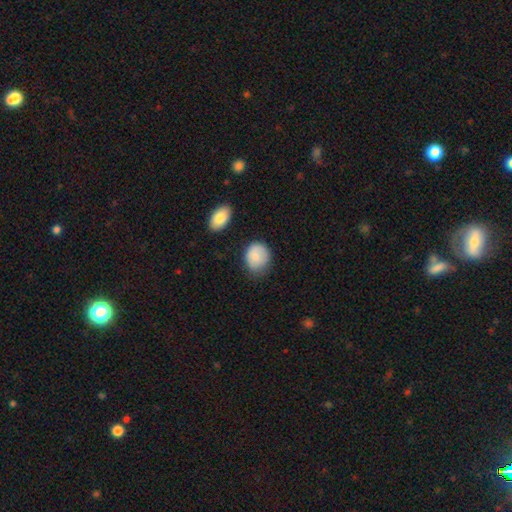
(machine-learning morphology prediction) A smooth galaxy with no disk features (83%) that is round (56%). Merging: none (61%).